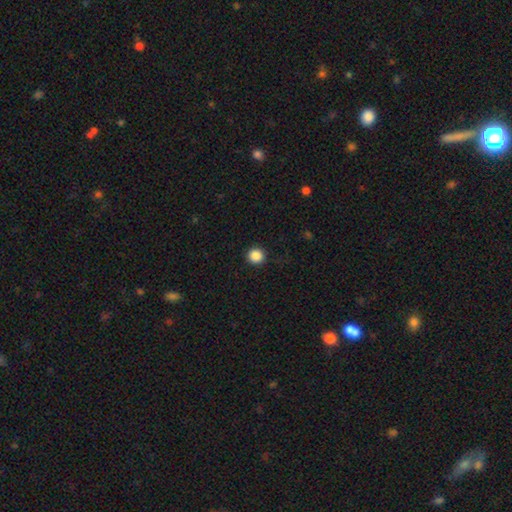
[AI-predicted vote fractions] Smooth or featured?
  - smooth: 87% *
  - star or artifact: 10%
  - featured or disk: 3%
How rounded?
  - round: 94% *
  - in between: 5%
  - cigar-shaped: 1%
Merging?
  - none: 92% *
  - minor disturbance: 6%
  - major disturbance: 2%
  - merger: 1%